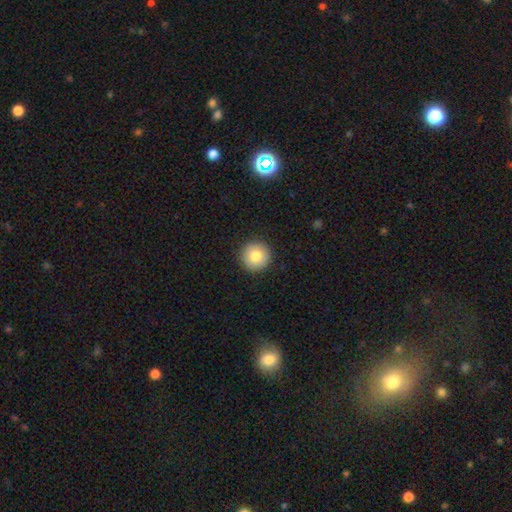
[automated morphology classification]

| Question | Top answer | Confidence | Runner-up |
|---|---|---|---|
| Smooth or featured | smooth | 79% | featured or disk (12%) |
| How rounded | round | 96% | in between (3%) |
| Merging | none | 92% | minor disturbance (5%) |